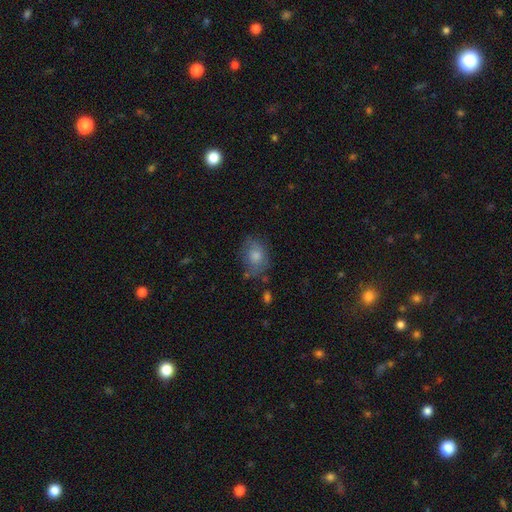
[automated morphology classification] Q: Smooth or featured?
A: smooth (71%); runner-up: featured or disk (21%)
Q: How rounded?
A: in between (61%); runner-up: round (38%)
Q: Merging?
A: none (55%); runner-up: minor disturbance (28%)